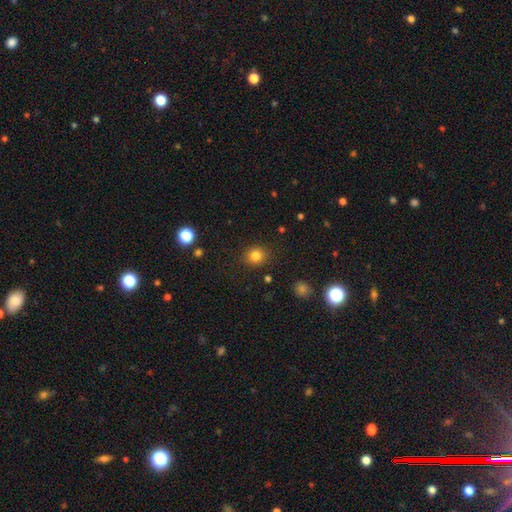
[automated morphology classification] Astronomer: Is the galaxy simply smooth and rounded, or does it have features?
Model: smooth — 83%.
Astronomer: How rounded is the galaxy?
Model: round — 80%.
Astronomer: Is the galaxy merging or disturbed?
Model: none — 89%.